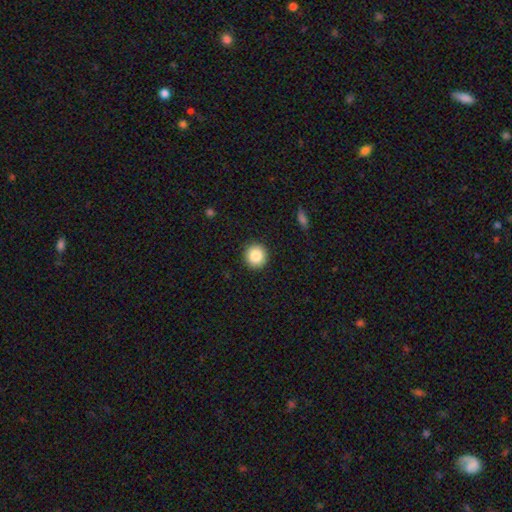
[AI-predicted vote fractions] This is clearly a smooth galaxy (86%). How rounded: clearly round (92%). Merging: clearly none (92%).